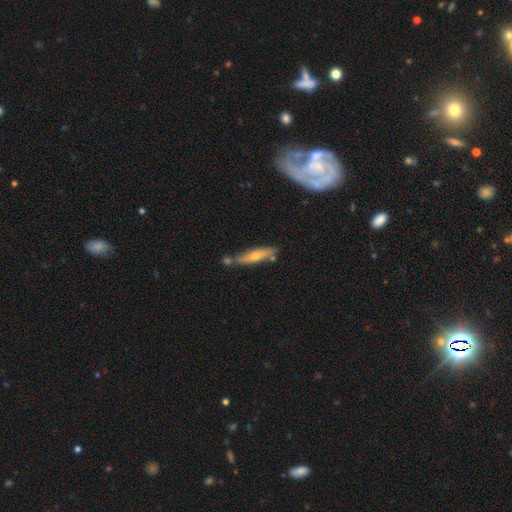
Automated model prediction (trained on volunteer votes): Smooth or featured? Predicted: featured or disk (p=0.63). Edge-on disk? Predicted: yes (p=0.54). Merging? Predicted: none (p=0.61).